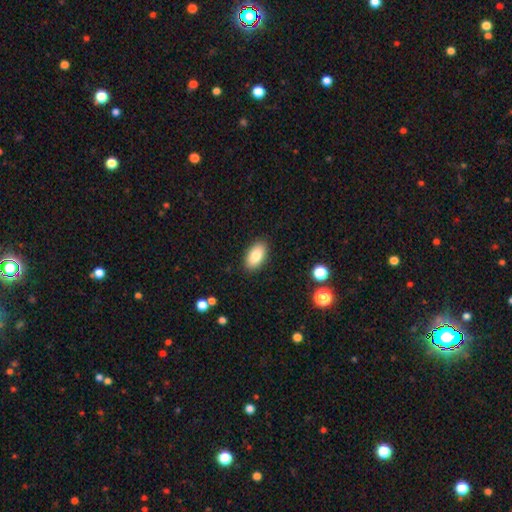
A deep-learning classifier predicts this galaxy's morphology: smooth-or-featured: smooth: 84% | featured or disk: 9% | star or artifact: 7%
  how-rounded: in between: 94% | round: 4% | cigar-shaped: 3%
  merging: none: 88% | minor disturbance: 8% | major disturbance: 2% | merger: 1%